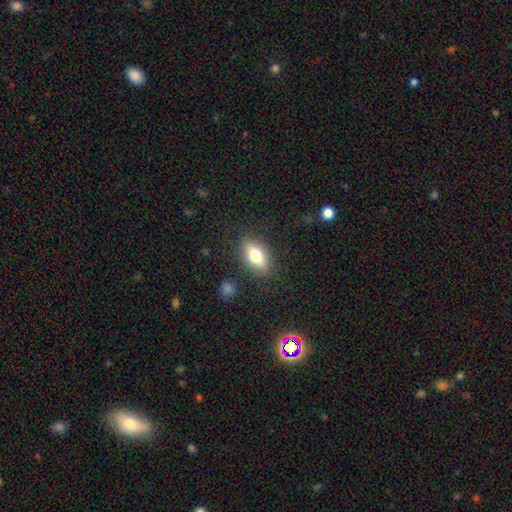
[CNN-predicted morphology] Smooth or featured: smooth — 75% (featured or disk — 17%)
How rounded: in between — 85% (round — 7%)
Merging: none — 84% (minor disturbance — 11%)